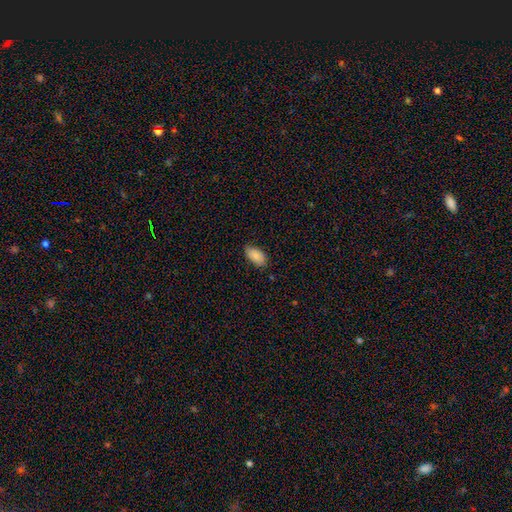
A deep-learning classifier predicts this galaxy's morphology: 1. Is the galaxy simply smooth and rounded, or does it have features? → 85% smooth, 8% featured or disk, 7% star or artifact.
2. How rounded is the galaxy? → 94% in between, 3% round, 3% cigar-shaped.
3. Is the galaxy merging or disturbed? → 76% none, 20% minor disturbance, 3% major disturbance, 1% merger.